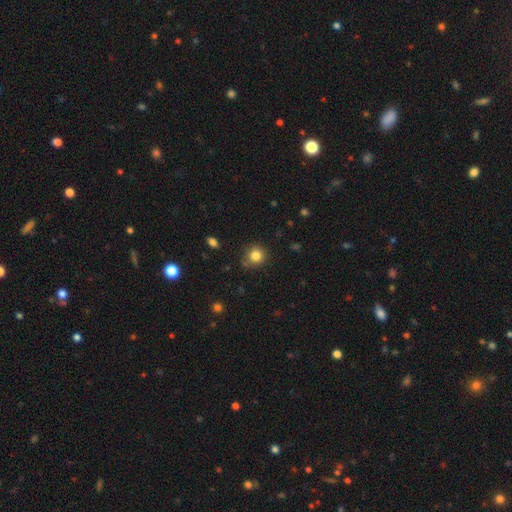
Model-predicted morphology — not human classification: Smooth or featured: smooth — 83% (star or artifact — 12%)
How rounded: round — 91% (in between — 8%)
Merging: none — 82% (minor disturbance — 11%)